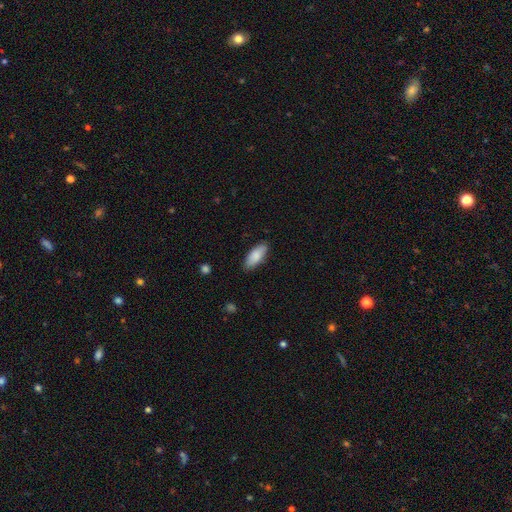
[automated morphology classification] The model was most divided on "how rounded": in between: 82%, cigar-shaped: 17%, round: 2%. More confident: smooth or featured — smooth (85%); merging — none (84%).